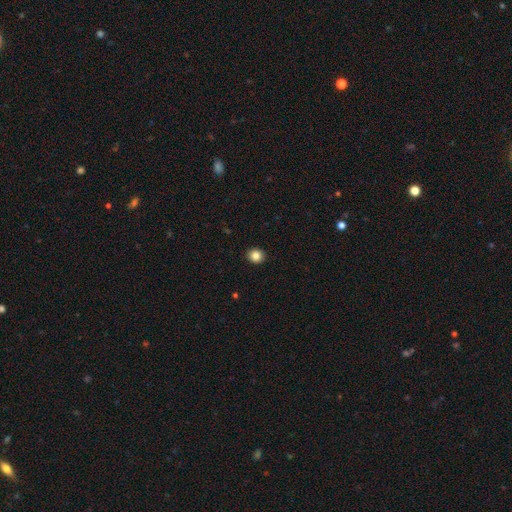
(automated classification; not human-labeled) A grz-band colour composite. It shows a smooth galaxy with no disk features (85%) that is round (83%). Merging: none (93%).